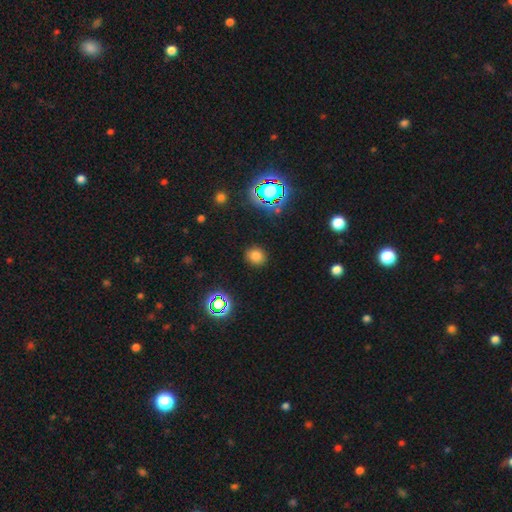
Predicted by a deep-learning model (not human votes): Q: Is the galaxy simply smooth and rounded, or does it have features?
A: smooth — 76%.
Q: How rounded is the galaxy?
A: round — 78%.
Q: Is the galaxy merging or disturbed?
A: none — 88%.